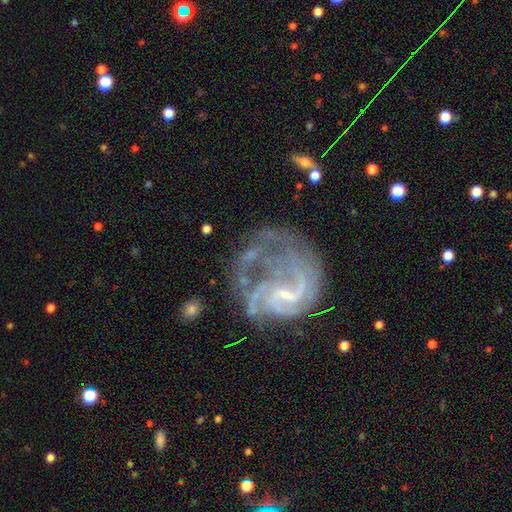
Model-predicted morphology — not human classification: featured or disk 83%, star or artifact 9%, smooth 8%. Down the decision tree: edge-on disk — no (98%); bar — weak (49%); spiral arms — yes (88%); spiral arm count — 2 (31%); spiral winding — medium (42%); bulge size — small (48%); merging — major disturbance (43%).